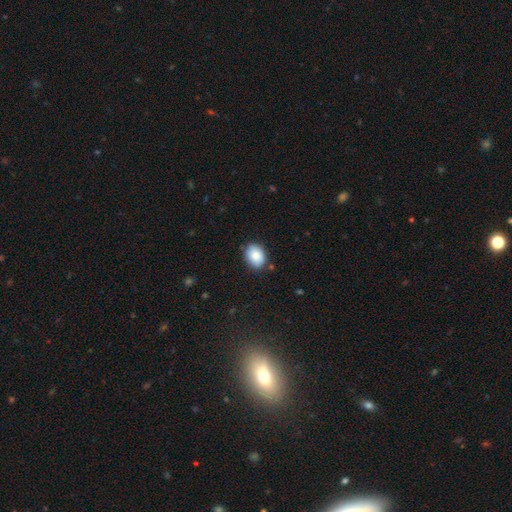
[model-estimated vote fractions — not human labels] This is clearly a smooth galaxy (85%). How rounded: likely in between (71%). Merging: clearly none (81%).